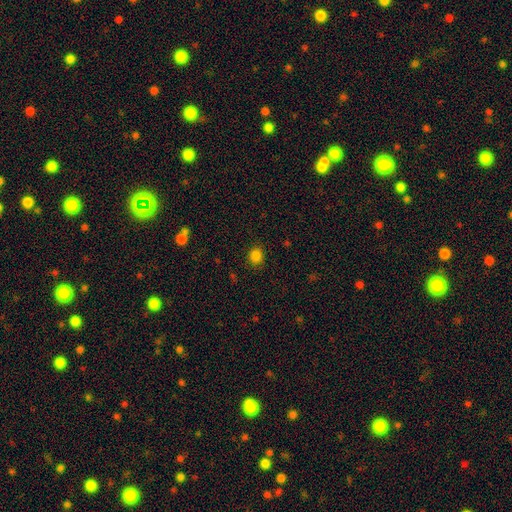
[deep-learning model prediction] Smooth or featured? Predicted: smooth (p=0.83). How rounded? Predicted: round (p=0.76). Merging? Predicted: none (p=0.87).